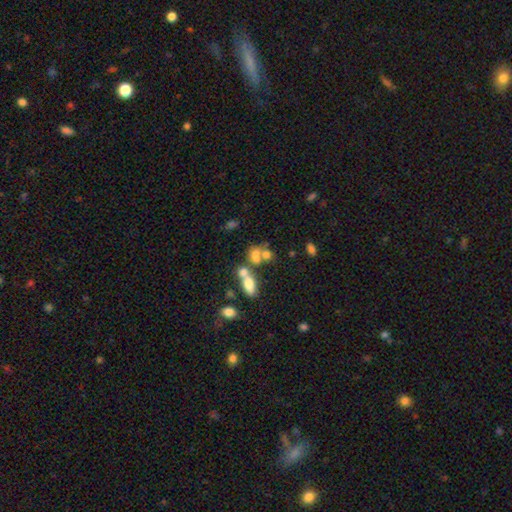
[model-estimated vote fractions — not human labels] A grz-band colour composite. It shows a smooth galaxy with no disk features (62%) that is in between round and cigar-shaped (59%). Merging: merger (55%).